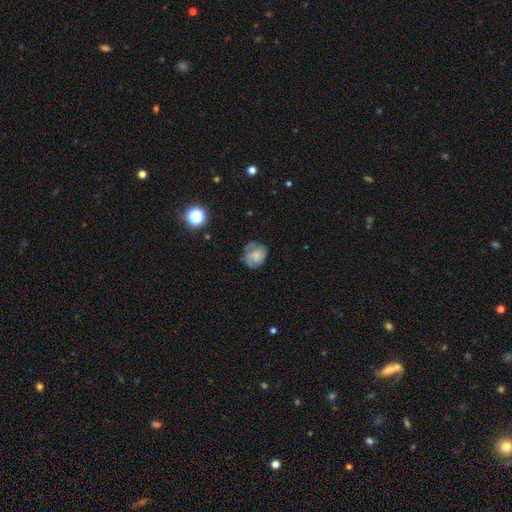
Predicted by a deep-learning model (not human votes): Overall: smooth (56%; featured or disk 34%). How rounded: round (68%; in between 31%). Merging: none (56%; minor disturbance 27%).